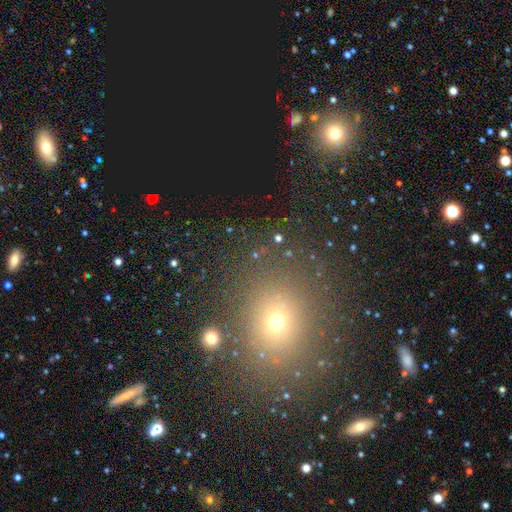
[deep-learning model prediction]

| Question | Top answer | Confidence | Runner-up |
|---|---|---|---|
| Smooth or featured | smooth | 47% | star or artifact (43%) |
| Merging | none | 81% | minor disturbance (8%) |